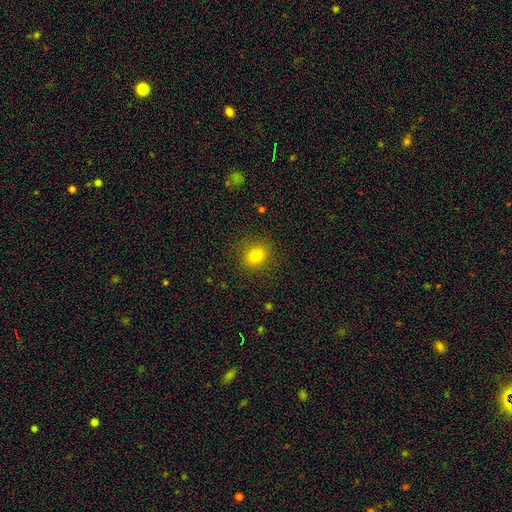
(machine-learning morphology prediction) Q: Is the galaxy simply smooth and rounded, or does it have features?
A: smooth — 81%.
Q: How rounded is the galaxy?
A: round — 60%.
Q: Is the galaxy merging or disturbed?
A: none — 88%.